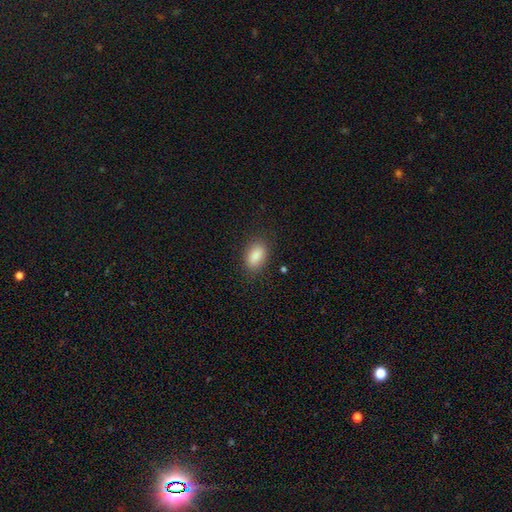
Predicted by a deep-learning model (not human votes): Morphology: type=smooth (87%); roundness=in between (90%); merging=none (84%).